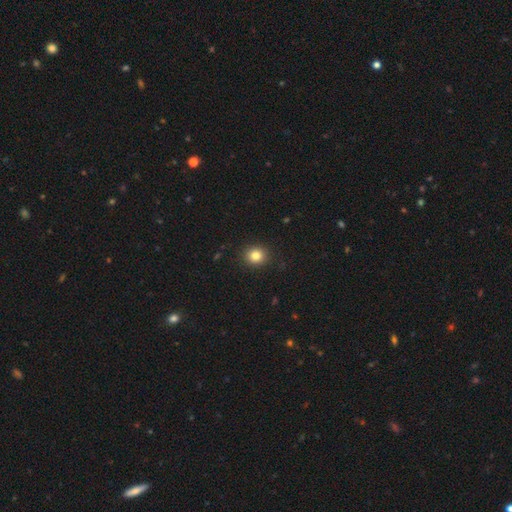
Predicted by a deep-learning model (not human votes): This appears to be a smooth galaxy with no disk features (83%) that is round (81%). Merging: none (90%).